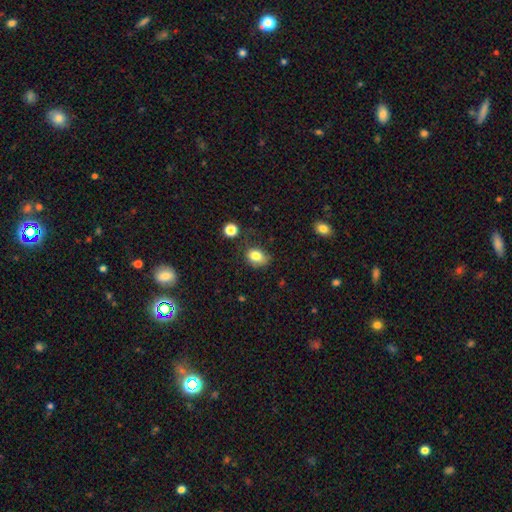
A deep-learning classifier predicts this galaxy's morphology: Q: Smooth or featured?
A: smooth (80%); runner-up: star or artifact (10%)
Q: How rounded?
A: in between (65%); runner-up: round (34%)
Q: Merging?
A: none (57%); runner-up: minor disturbance (29%)